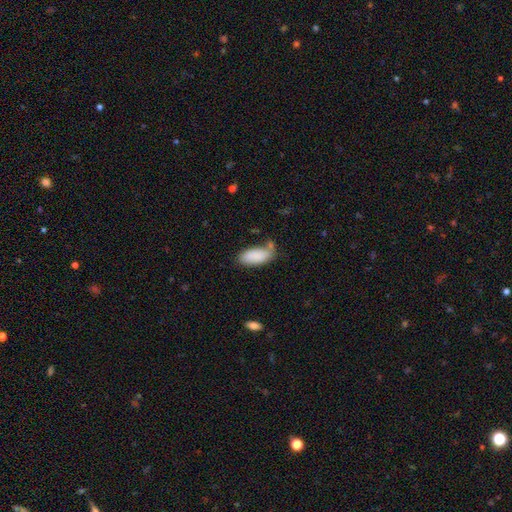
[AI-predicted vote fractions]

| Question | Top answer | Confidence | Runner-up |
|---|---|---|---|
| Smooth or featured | smooth | 87% | star or artifact (7%) |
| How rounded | in between | 90% | cigar-shaped (9%) |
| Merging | none | 59% | minor disturbance (23%) |